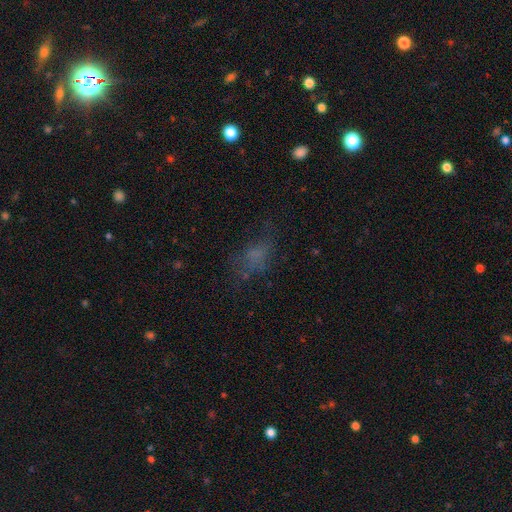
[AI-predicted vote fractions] A smooth galaxy with no disk features (57%) that is in between round and cigar-shaped (77%). Merging: none (48%).